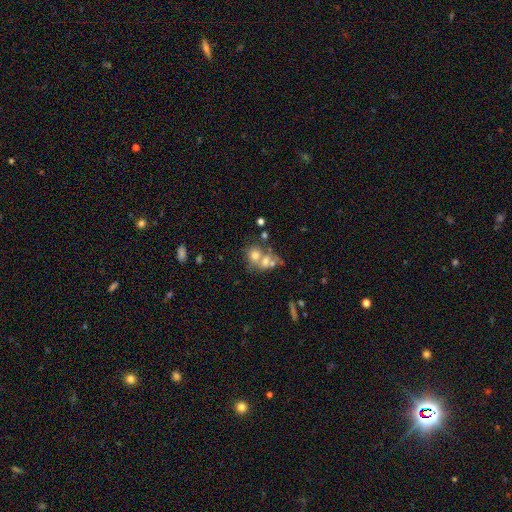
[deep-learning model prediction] smooth 61%, featured or disk 24%, star or artifact 15%. Down the decision tree: how rounded — round (66%); merging — merger (55%).